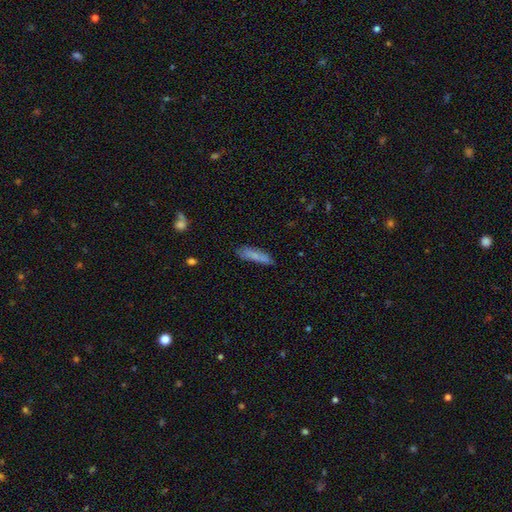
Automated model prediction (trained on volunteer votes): A smooth galaxy with no disk features (78%) that is cigar-shaped (77%).

Vote fractions:
- Smooth or featured? smooth: 78% / featured or disk: 14% / star or artifact: 7%
- How rounded? cigar-shaped: 77% / in between: 21% / round: 2%
- Merging? none: 72% / minor disturbance: 20% / major disturbance: 5% / merger: 4%